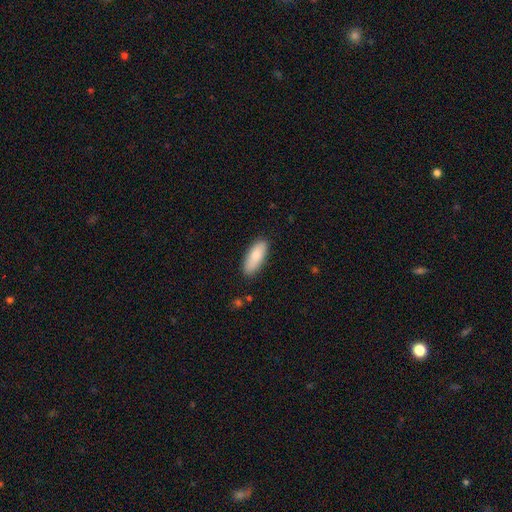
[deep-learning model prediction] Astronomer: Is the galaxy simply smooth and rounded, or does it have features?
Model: smooth — 83%.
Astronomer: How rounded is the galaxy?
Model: in between — 72%.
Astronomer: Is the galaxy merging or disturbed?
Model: none — 86%.